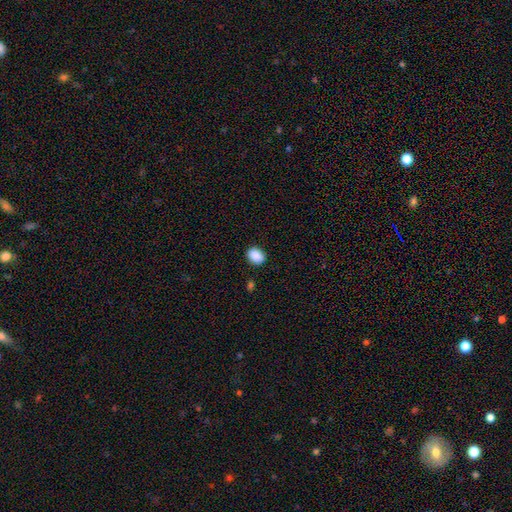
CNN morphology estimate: A smooth galaxy with no disk features (89%) that is in between round and cigar-shaped (63%). Merging: none (88%).